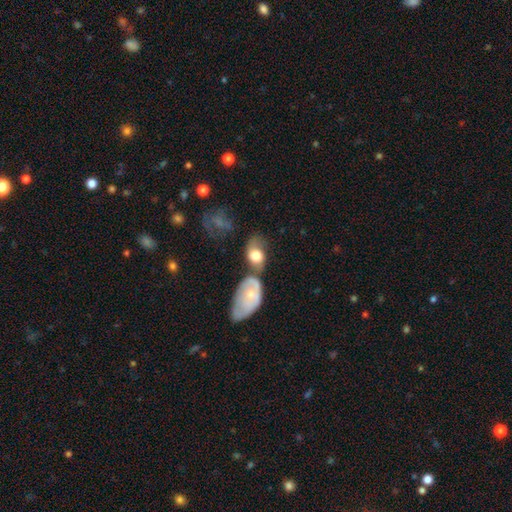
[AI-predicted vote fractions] This appears to be a smooth galaxy with no disk features (63%) that is in between round and cigar-shaped (81%). Merging: merger (38%).